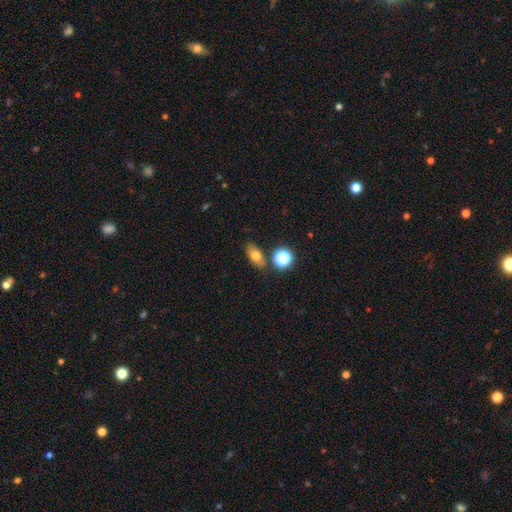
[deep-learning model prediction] A smooth galaxy with no disk features (71%) that is in between round and cigar-shaped (76%). Merging: none (76%).